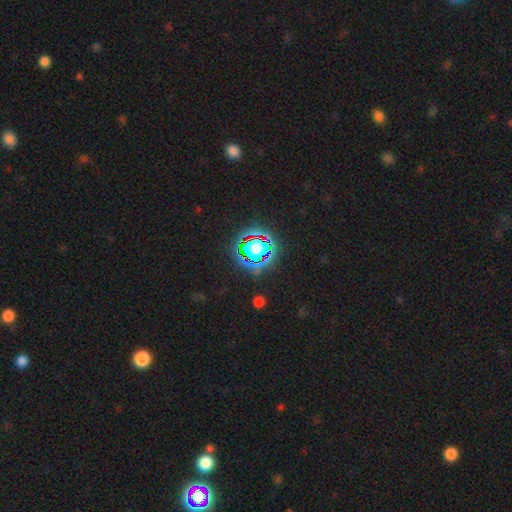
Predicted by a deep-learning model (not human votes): star or artifact 79%, smooth 14%, featured or disk 7%.